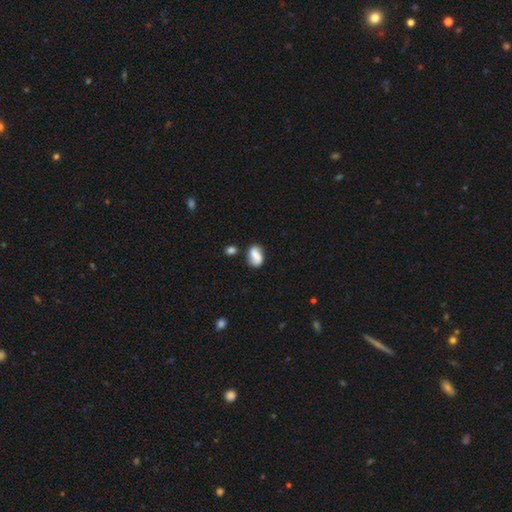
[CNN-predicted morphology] type=smooth (59%); roundness=in between (82%); merging=none (58%).